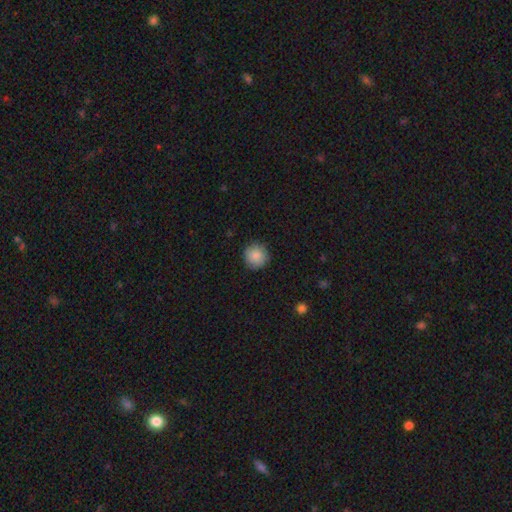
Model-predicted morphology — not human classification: A smooth galaxy with no disk features (87%) that is round (94%).

Vote fractions:
- Smooth or featured? smooth: 87% / star or artifact: 8% / featured or disk: 5%
- How rounded? round: 94% / in between: 5% / cigar-shaped: 1%
- Merging? none: 90% / minor disturbance: 7% / major disturbance: 2% / merger: 1%